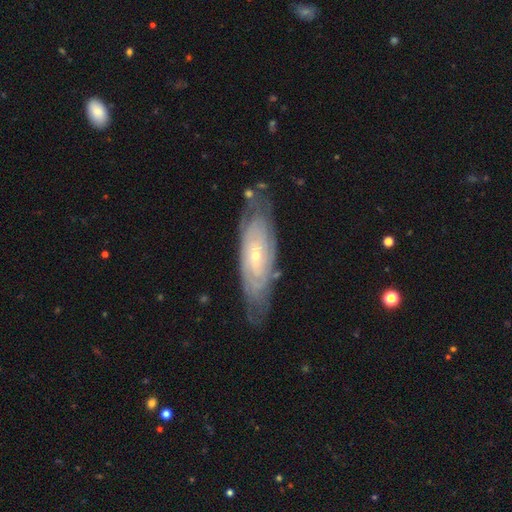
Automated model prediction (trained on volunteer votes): smooth_or_featured: featured or disk (p=0.79) [alt: smooth p=0.16]
disk_edge_on: no (p=0.85) [alt: yes p=0.15]
bar: no (p=0.72) [alt: weak p=0.22]
has_spiral_arms: yes (p=0.88) [alt: no p=0.12]
spiral_winding: tight (p=0.78) [alt: medium p=0.17]
spiral_arm_count: can't tell (p=0.64) [alt: 2 p=0.15]
bulge_size: small (p=0.79) [alt: moderate p=0.18]
merging: none (p=0.74) [alt: minor disturbance p=0.19]